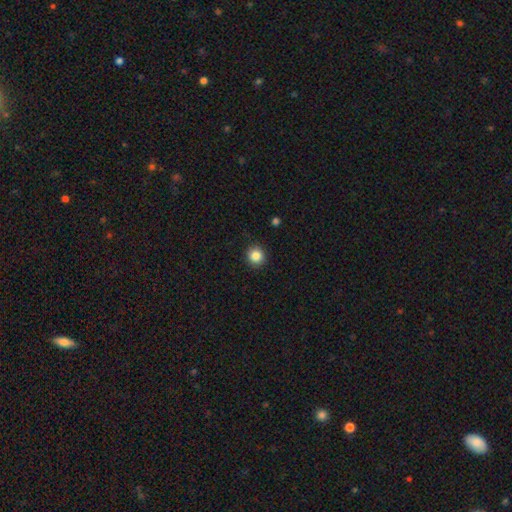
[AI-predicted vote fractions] Smooth or featured: smooth — 85% (star or artifact — 11%)
How rounded: round — 93% (in between — 6%)
Merging: none — 91% (minor disturbance — 6%)